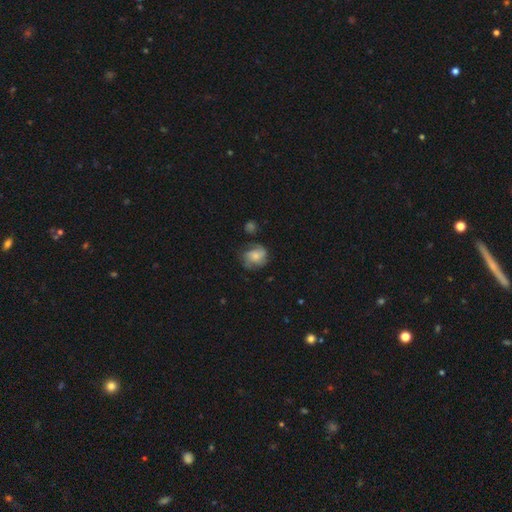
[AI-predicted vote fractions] The model was most divided on "smooth or featured": smooth: 48%, featured or disk: 43%, star or artifact: 8%. More confident: merging — none (57%).